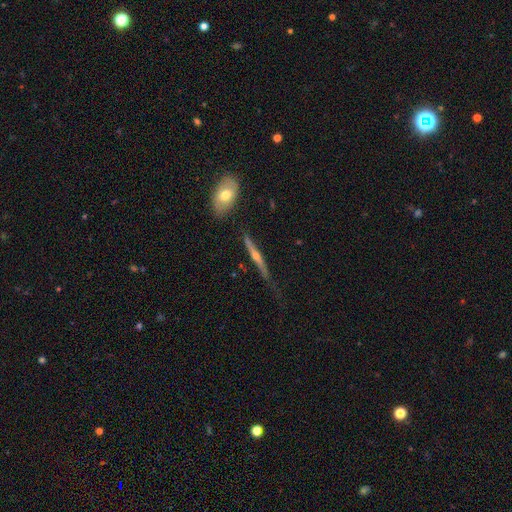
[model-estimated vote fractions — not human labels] Overall: featured or disk (72%). Edge-on disk: yes (94%). Edge-on bulge: rounded (86%). Merging: none (65%).